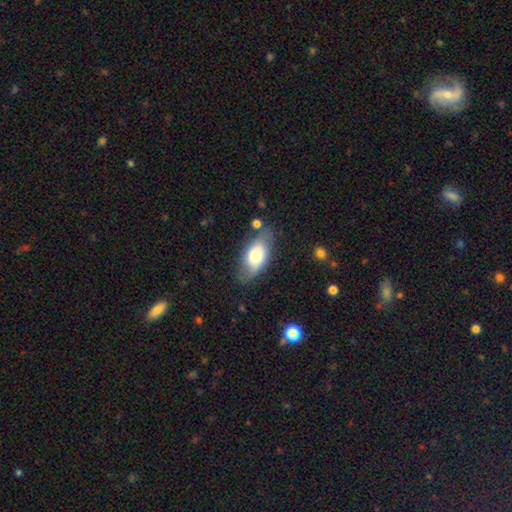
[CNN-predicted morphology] Smooth or featured? Predicted: smooth (p=0.66). How rounded? Predicted: in between (p=0.89). Merging? Predicted: none (p=0.67).